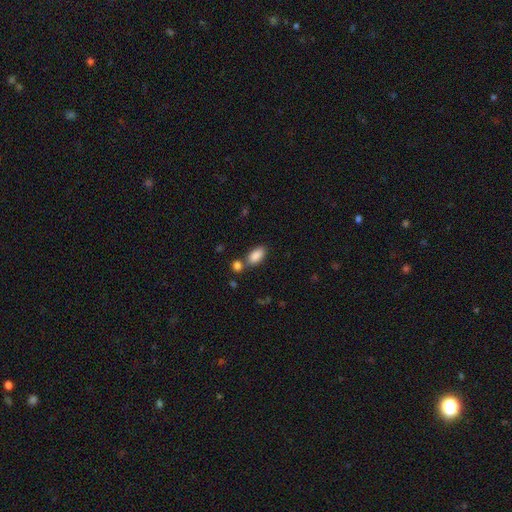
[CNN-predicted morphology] This appears to be a smooth galaxy with no disk features (88%) that is in between round and cigar-shaped (92%). Merging: none (62%).